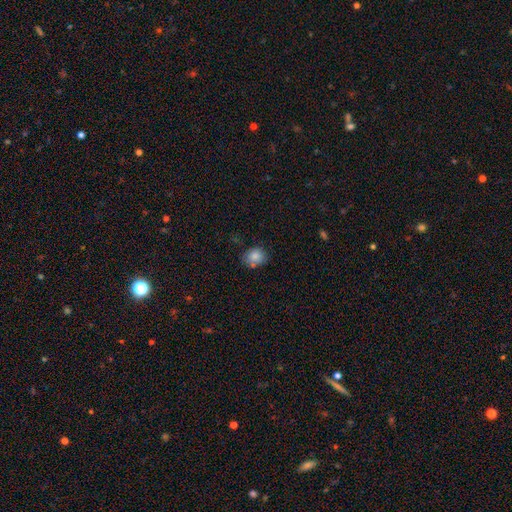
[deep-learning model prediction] This is clearly a smooth galaxy (84%). How rounded: possibly round (57%). Merging: likely none (68%).